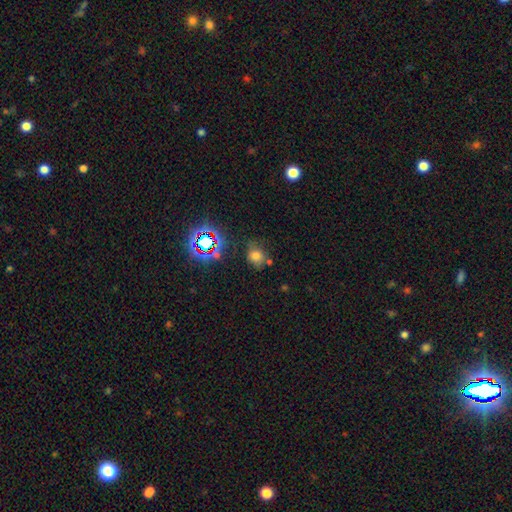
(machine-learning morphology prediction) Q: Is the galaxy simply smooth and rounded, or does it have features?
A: smooth — 66%.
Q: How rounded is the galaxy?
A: round — 67%.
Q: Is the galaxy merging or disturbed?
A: none — 66%.